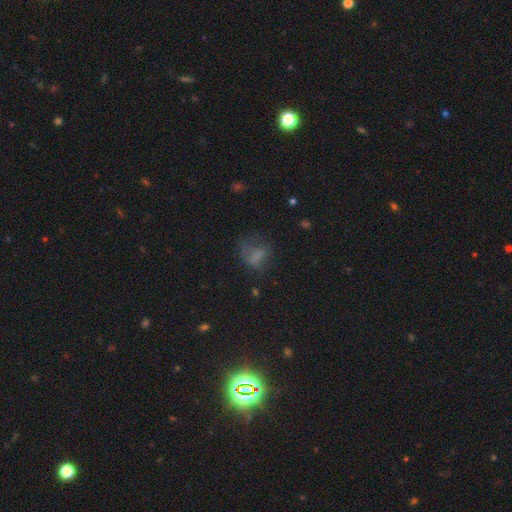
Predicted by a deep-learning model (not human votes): smooth 60%, featured or disk 20%, star or artifact 20%. Down the decision tree: how rounded — in between (62%); merging — none (40%).